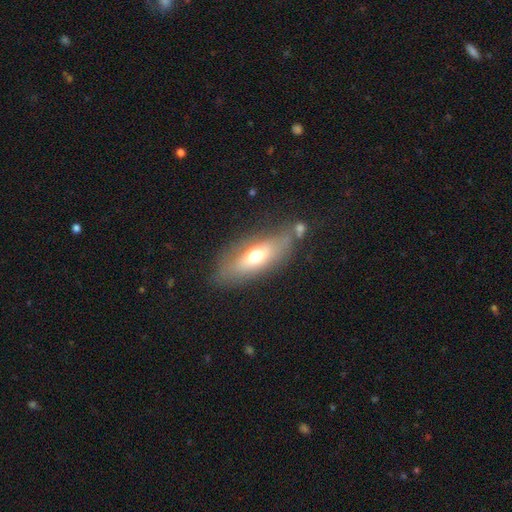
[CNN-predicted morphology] The model was most divided on "smooth or featured": smooth: 57%, featured or disk: 35%, star or artifact: 8%. More confident: how rounded — in between (69%); merging — none (67%).